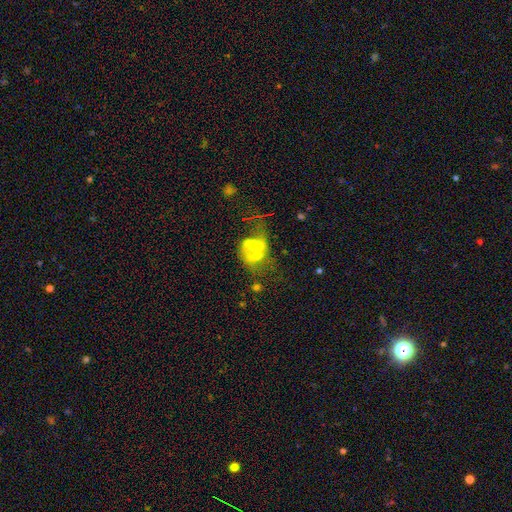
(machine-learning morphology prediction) This is possibly a featured or disk galaxy (53%). It is clearly not viewed edge-on (97%). Bar: likely no (63%). Spiral arm pattern: possibly yes (50%, tied with no). Central bulge: possibly moderate (54%). Merging: likely merger (63%).